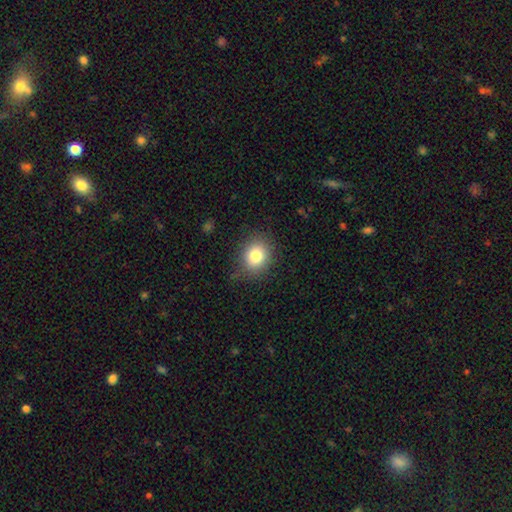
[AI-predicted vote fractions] Smooth or featured? Predicted: smooth (p=0.80). How rounded? Predicted: round (p=0.67). Merging? Predicted: none (p=0.80).